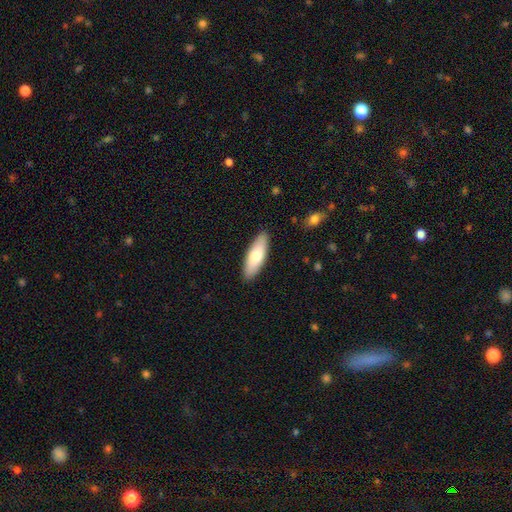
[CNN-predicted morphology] Smooth or featured? smooth (74%)
How rounded? in between (61%)
Merging? none (89%)